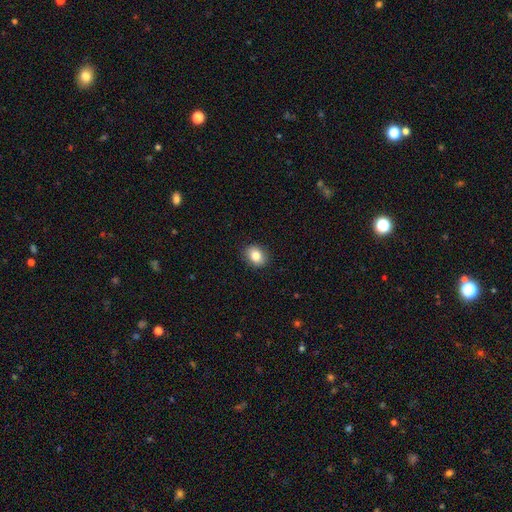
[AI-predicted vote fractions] Smooth or featured: smooth — 84% (star or artifact — 9%)
How rounded: in between — 50% (tied with round — 50%)
Merging: none — 89% (minor disturbance — 8%)